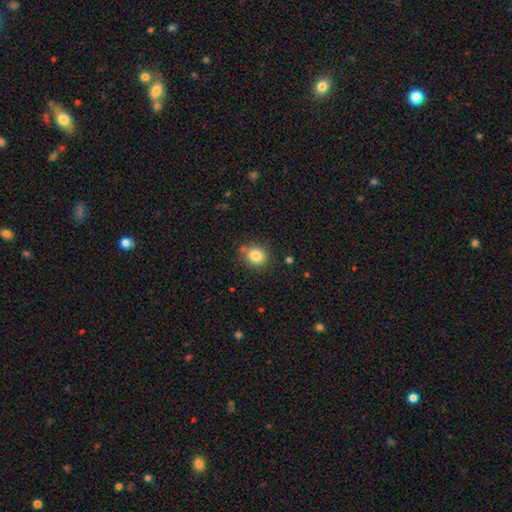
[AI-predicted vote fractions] Smooth or featured? Predicted: smooth (p=0.83). How rounded? Predicted: round (p=0.75). Merging? Predicted: none (p=0.80).